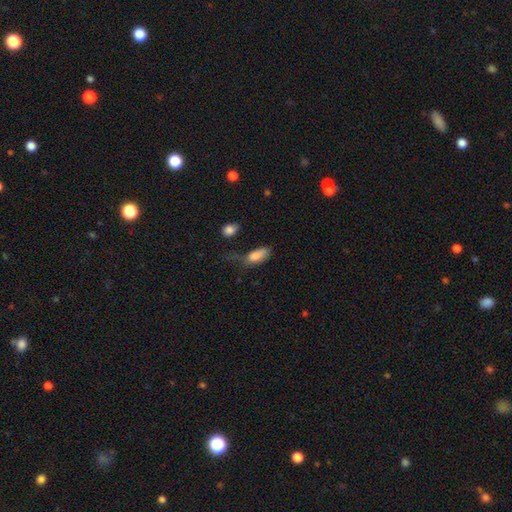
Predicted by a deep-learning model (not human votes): A smooth galaxy with no disk features (82%) that is in between round and cigar-shaped (87%).

Vote fractions:
- Smooth or featured? smooth: 82% / featured or disk: 10% / star or artifact: 8%
- How rounded? in between: 87% / cigar-shaped: 10% / round: 4%
- Merging? major disturbance: 33% / minor disturbance: 31% / none: 28% / merger: 7%